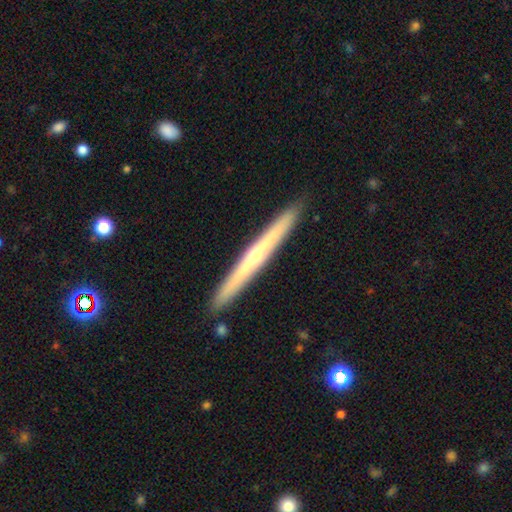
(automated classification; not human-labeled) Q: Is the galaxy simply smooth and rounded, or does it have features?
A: featured or disk — 67%.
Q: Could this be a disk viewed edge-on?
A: yes — 97%.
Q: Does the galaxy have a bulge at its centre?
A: rounded — 71%.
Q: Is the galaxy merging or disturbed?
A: none — 92%.